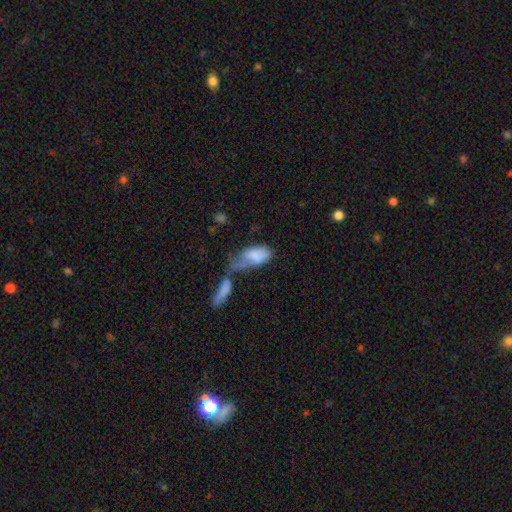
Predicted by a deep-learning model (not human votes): A smooth galaxy with no disk features (75%) that is in between round and cigar-shaped (91%).

Vote fractions:
- Smooth or featured? smooth: 75% / featured or disk: 18% / star or artifact: 7%
- How rounded? in between: 91% / cigar-shaped: 6% / round: 3%
- Merging? merger: 51% / major disturbance: 21% / none: 15% / minor disturbance: 14%